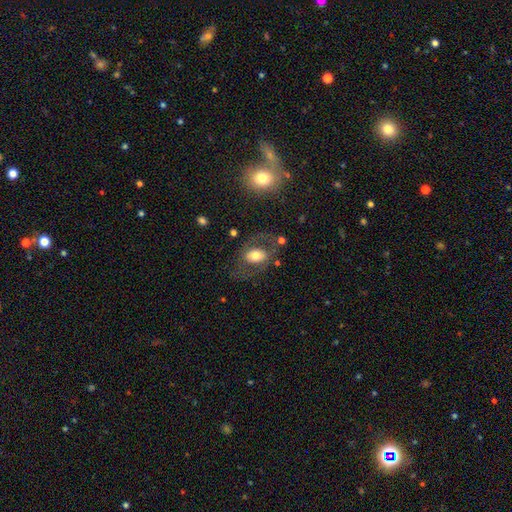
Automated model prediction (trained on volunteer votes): smooth-or-featured: smooth: 54% | featured or disk: 38% | star or artifact: 8%
  how-rounded: in between: 76% | round: 23% | cigar-shaped: 2%
  merging: none: 64% | major disturbance: 17% | minor disturbance: 16% | merger: 3%